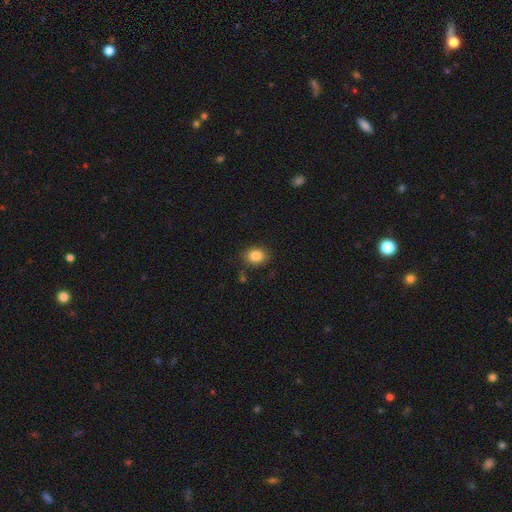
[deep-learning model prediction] Smooth or featured: smooth — 86% (star or artifact — 9%)
How rounded: in between — 56% (round — 43%)
Merging: none — 81% (minor disturbance — 13%)